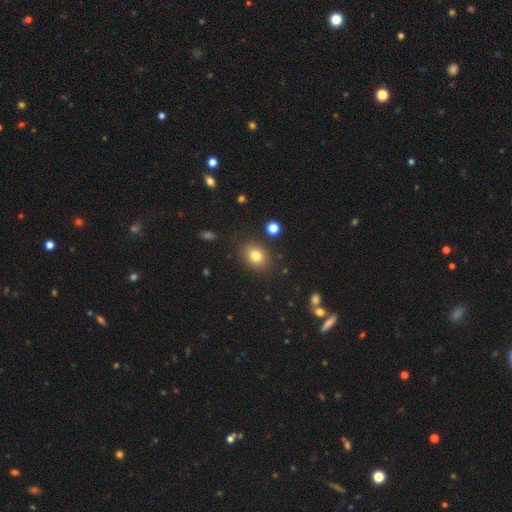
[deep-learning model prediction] A smooth galaxy with no disk features (80%) that is round (51%). Merging: none (85%).